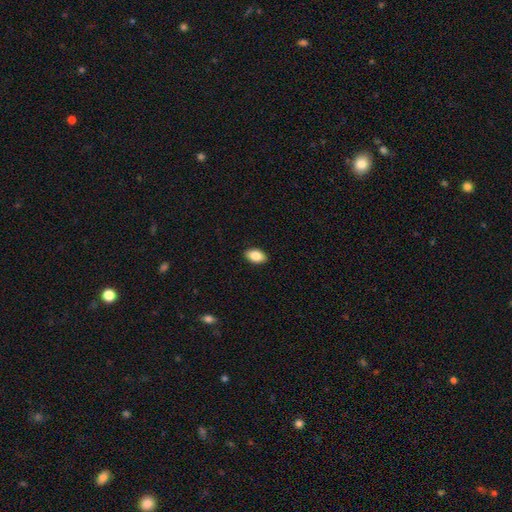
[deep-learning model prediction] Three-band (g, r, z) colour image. It shows a smooth galaxy with no disk features (85%) that is in between round and cigar-shaped (92%). Merging: none (90%).